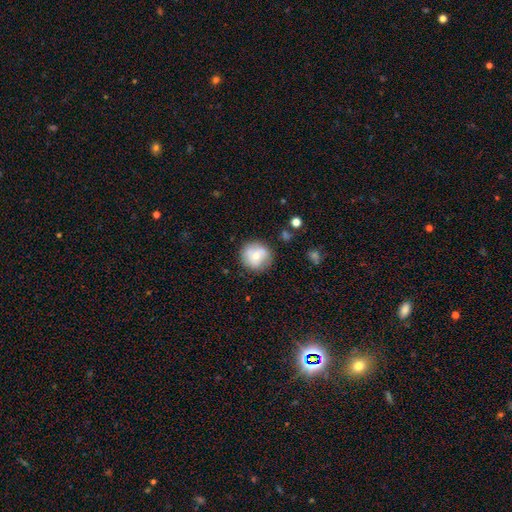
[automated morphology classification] This appears to be a smooth galaxy with no disk features (49%). Merging: none (78%).